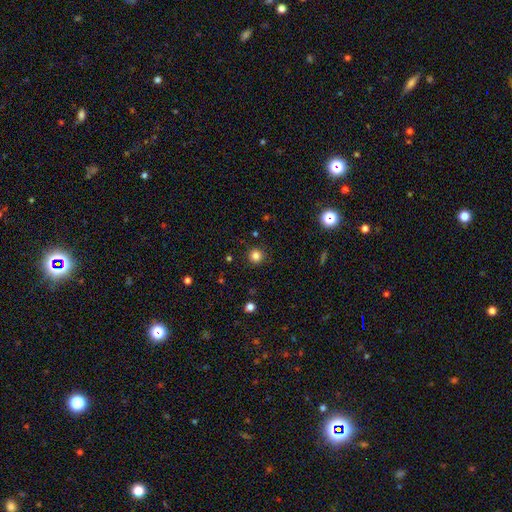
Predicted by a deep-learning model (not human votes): Overall: smooth (83%). How rounded: round (94%). Merging: none (90%).